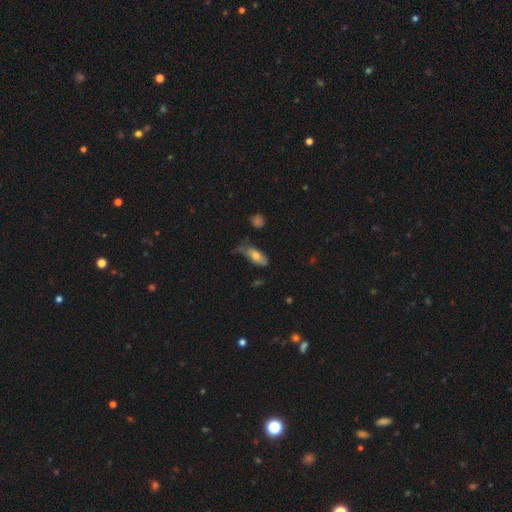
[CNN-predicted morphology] Smooth or featured?
  - smooth: 72% *
  - featured or disk: 21%
  - star or artifact: 7%
How rounded?
  - in between: 84% *
  - cigar-shaped: 13%
  - round: 3%
Merging?
  - none: 39% *
  - minor disturbance: 36%
  - major disturbance: 20%
  - merger: 5%